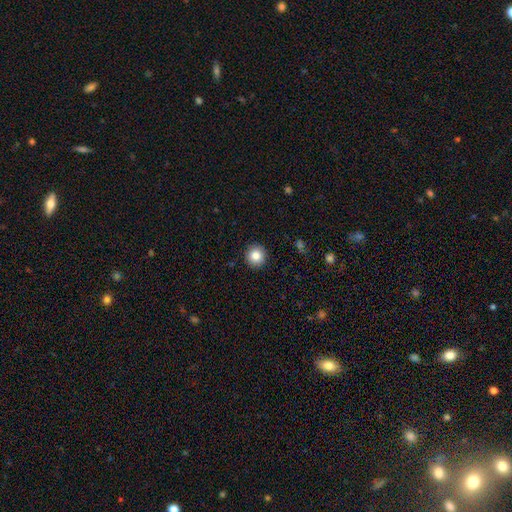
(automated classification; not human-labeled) Smooth or featured: smooth — 84% (star or artifact — 9%)
How rounded: round — 93% (in between — 6%)
Merging: none — 92% (minor disturbance — 6%)